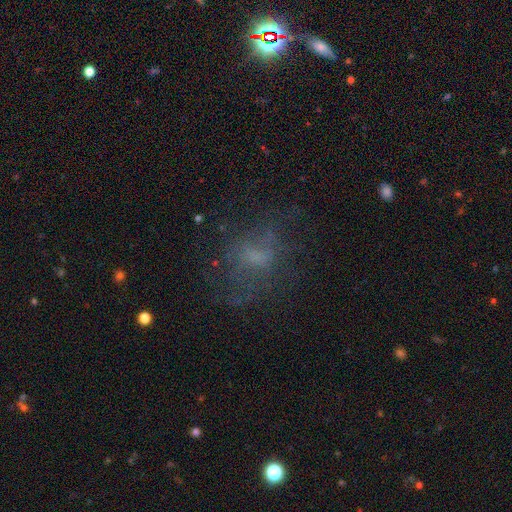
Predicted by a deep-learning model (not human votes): This appears to be a smooth galaxy with no disk features (42%). Merging: none (54%).